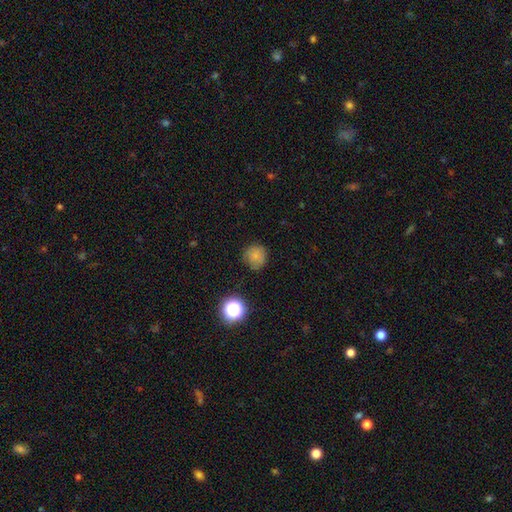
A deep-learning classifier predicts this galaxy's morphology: Smooth or featured? Predicted: smooth (p=0.76). How rounded? Predicted: round (p=0.91). Merging? Predicted: none (p=0.78).